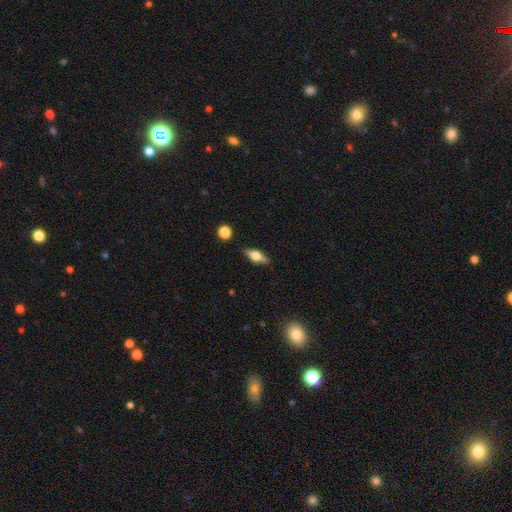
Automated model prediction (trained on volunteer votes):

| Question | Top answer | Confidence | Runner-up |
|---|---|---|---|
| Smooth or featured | smooth | 50% | featured or disk (43%) |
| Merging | none | 84% | minor disturbance (12%) |